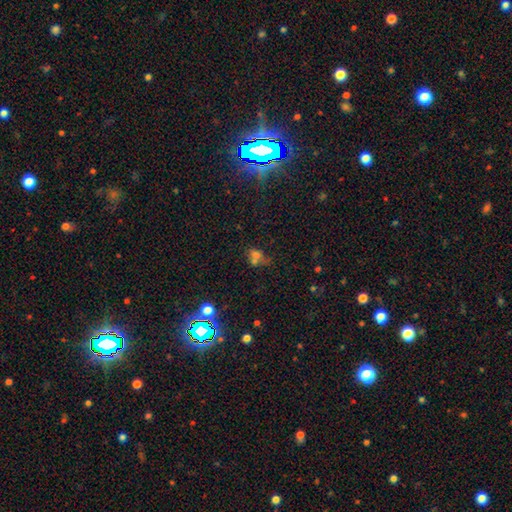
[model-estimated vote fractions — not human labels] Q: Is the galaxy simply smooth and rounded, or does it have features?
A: smooth — 61%.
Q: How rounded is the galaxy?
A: round — 54%.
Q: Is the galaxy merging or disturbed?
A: merger — 48%.